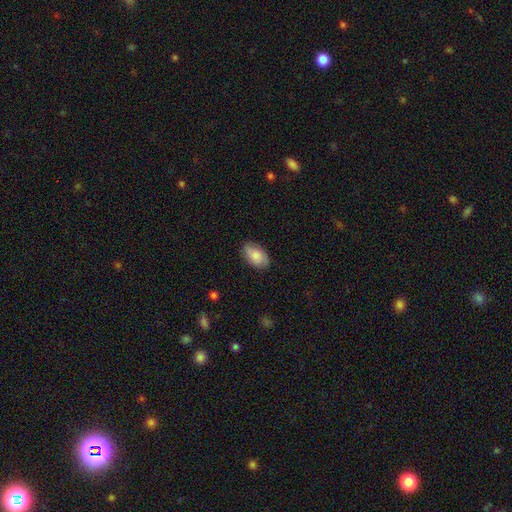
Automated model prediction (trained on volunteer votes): This is clearly a smooth galaxy (82%). How rounded: clearly in between (93%). Merging: clearly none (82%).